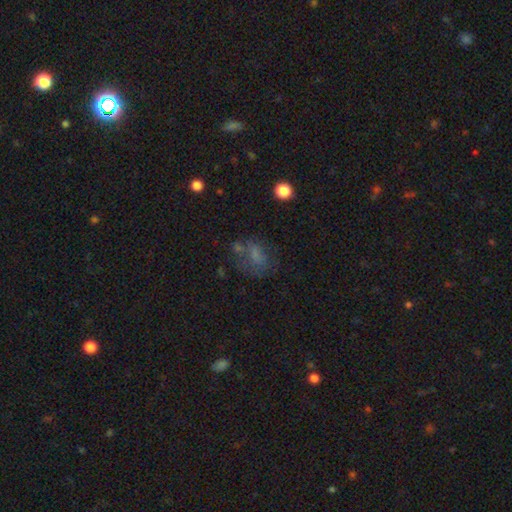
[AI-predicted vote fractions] This appears to be a smooth galaxy with no disk features (57%) that is in between round and cigar-shaped (64%). Merging: none (43%).